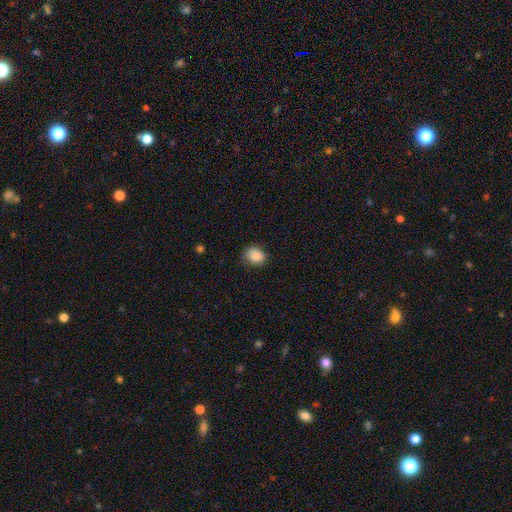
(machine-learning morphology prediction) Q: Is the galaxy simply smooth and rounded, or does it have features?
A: smooth — 85%.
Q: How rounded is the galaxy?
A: round — 60%.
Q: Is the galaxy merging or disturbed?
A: none — 74%.